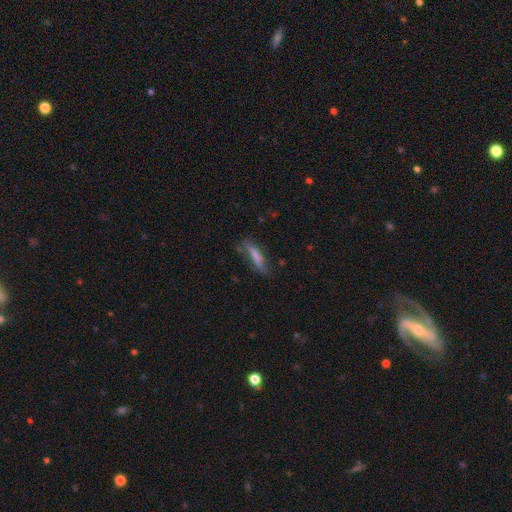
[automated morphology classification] The model was most divided on "smooth or featured": smooth: 61%, featured or disk: 29%, star or artifact: 10%. More confident: how rounded — cigar-shaped (82%); merging — none (61%).